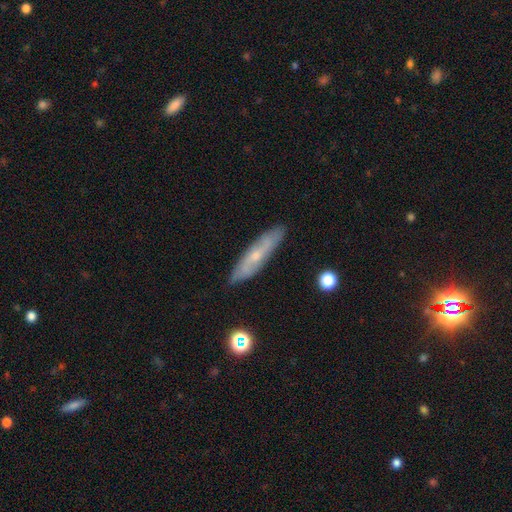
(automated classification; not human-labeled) Q: Smooth or featured?
A: featured or disk (55%); runner-up: smooth (38%)
Q: Edge-on disk?
A: yes (54%); runner-up: no (46%)
Q: Merging?
A: none (85%); runner-up: minor disturbance (12%)